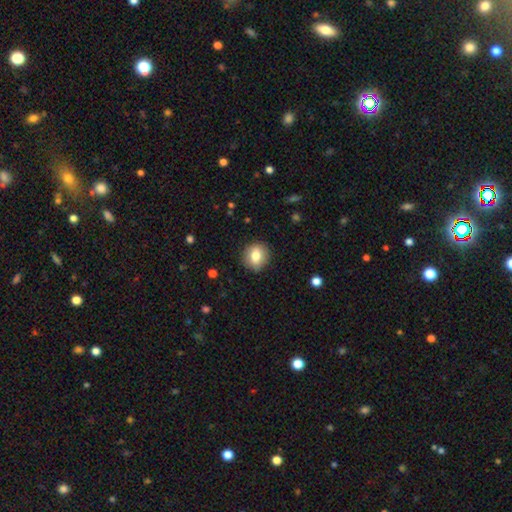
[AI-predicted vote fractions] This appears to be a smooth galaxy with no disk features (78%) that is round (75%). Merging: none (88%).